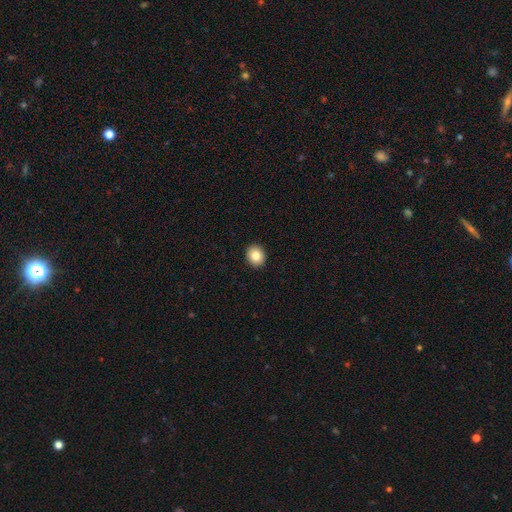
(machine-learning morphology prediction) This is clearly a smooth galaxy (83%). How rounded: likely round (73%). Merging: clearly none (92%).